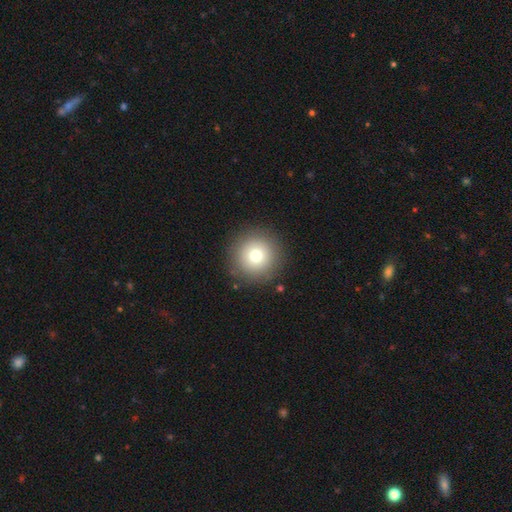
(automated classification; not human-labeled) Smooth or featured?
  - smooth: 76% *
  - featured or disk: 12%
  - star or artifact: 12%
How rounded?
  - round: 96% *
  - in between: 3%
  - cigar-shaped: 1%
Merging?
  - none: 90% *
  - minor disturbance: 6%
  - major disturbance: 3%
  - merger: 1%